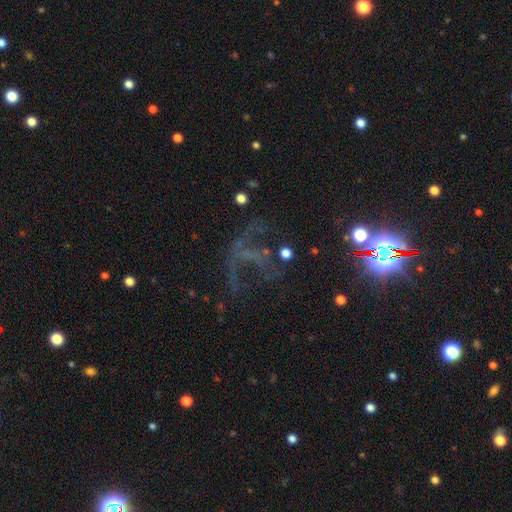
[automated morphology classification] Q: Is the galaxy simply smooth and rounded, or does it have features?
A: star or artifact — 49%.